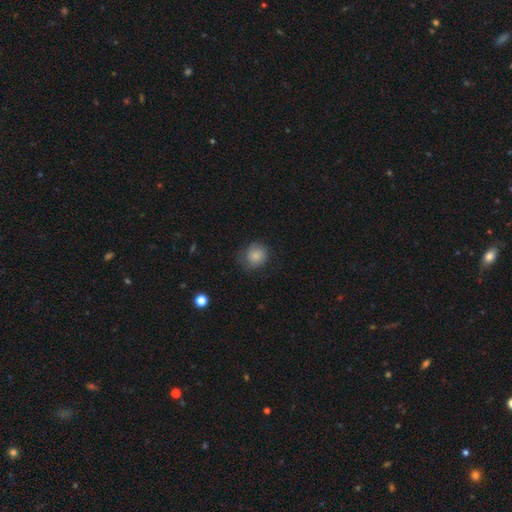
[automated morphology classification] smooth-or-featured: smooth: 83% | star or artifact: 9% | featured or disk: 9%
  how-rounded: round: 81% | in between: 19% | cigar-shaped: 1%
  merging: none: 70% | minor disturbance: 22% | major disturbance: 7% | merger: 1%